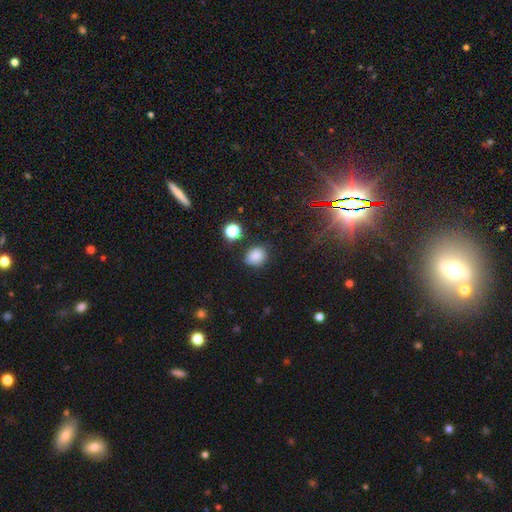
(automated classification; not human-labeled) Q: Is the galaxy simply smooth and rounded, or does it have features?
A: smooth — 83%.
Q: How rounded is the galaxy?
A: round — 59%.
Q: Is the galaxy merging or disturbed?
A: none — 77%.